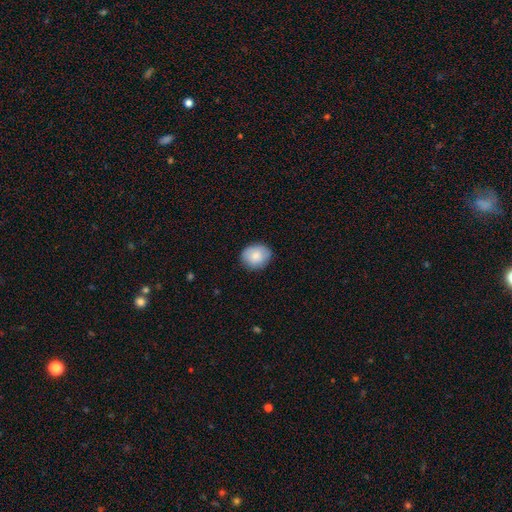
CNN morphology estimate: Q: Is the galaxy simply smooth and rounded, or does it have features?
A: smooth — 81%.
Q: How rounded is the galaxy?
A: round — 59%.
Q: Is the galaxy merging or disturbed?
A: none — 84%.